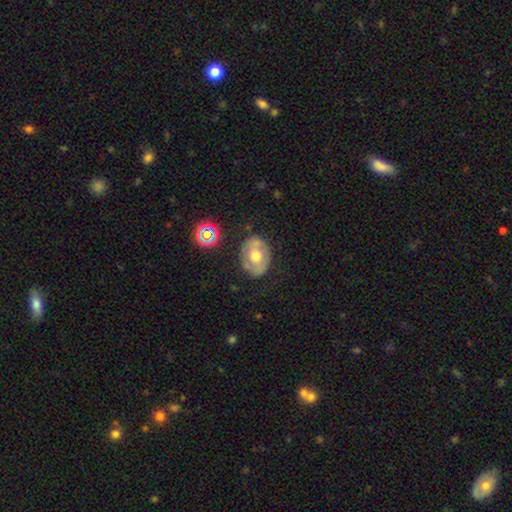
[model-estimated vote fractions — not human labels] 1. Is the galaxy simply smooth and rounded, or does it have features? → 47% featured or disk, 45% smooth, 9% star or artifact.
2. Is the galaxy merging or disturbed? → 75% none, 17% minor disturbance, 5% major disturbance, 3% merger.